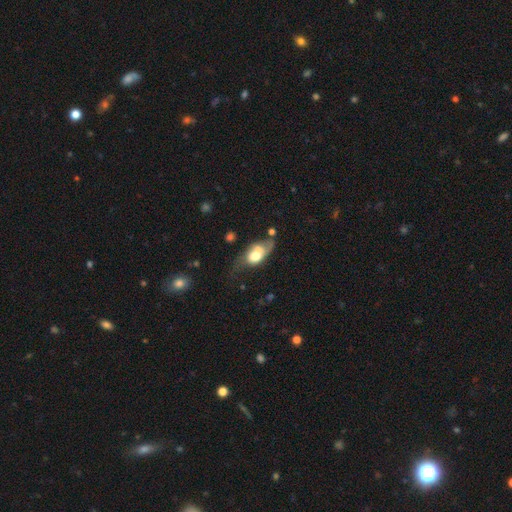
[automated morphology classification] The model was most divided on "merging": merger: 26%, major disturbance: 25%, none: 25%, minor disturbance: 24%. More confident: how rounded — in between (82%); smooth or featured — smooth (58%).